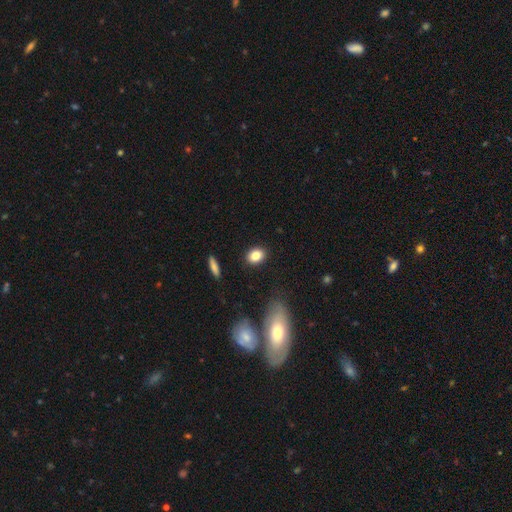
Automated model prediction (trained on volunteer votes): Smooth or featured?
  - smooth: 83% *
  - star or artifact: 9%
  - featured or disk: 8%
How rounded?
  - in between: 62% *
  - round: 36%
  - cigar-shaped: 2%
Merging?
  - none: 88% *
  - minor disturbance: 8%
  - major disturbance: 2%
  - merger: 2%